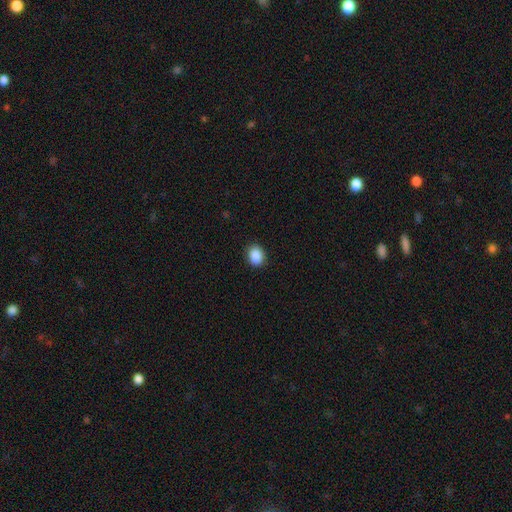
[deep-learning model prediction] A smooth galaxy with no disk features (89%) that is in between round and cigar-shaped (57%). Merging: none (89%).